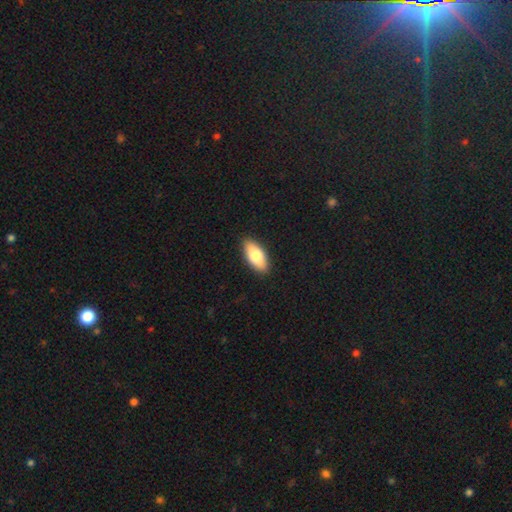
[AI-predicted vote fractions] Morphology: type=smooth (76%); roundness=in between (86%); merging=none (90%).